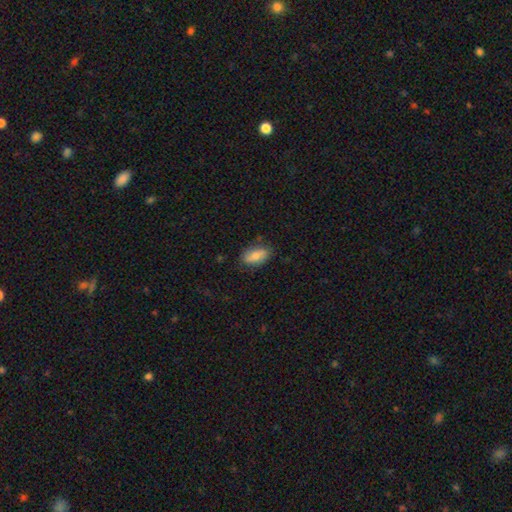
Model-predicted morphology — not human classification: Smooth or featured?
  - smooth: 74% *
  - featured or disk: 19%
  - star or artifact: 7%
How rounded?
  - in between: 91% *
  - round: 5%
  - cigar-shaped: 4%
Merging?
  - none: 79% *
  - minor disturbance: 16%
  - major disturbance: 3%
  - merger: 1%